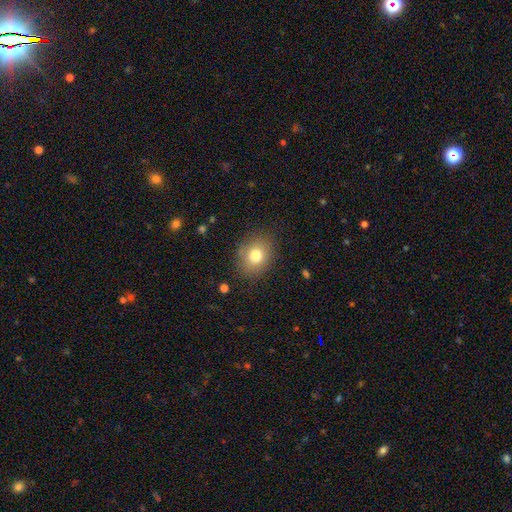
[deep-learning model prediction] smooth-or-featured: smooth: 77% | featured or disk: 12% | star or artifact: 11%
  how-rounded: round: 54% | in between: 45% | cigar-shaped: 1%
  merging: none: 83% | minor disturbance: 12% | major disturbance: 4% | merger: 1%